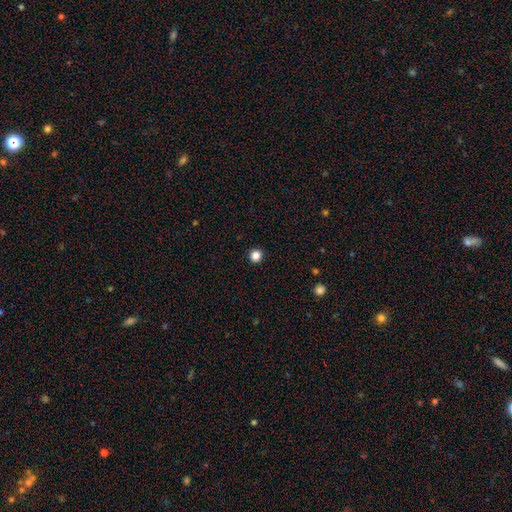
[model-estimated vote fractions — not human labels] A smooth galaxy with no disk features (85%) that is round (90%).

Vote fractions:
- Smooth or featured? smooth: 85% / star or artifact: 12% / featured or disk: 3%
- How rounded? round: 90% / in between: 9% / cigar-shaped: 1%
- Merging? none: 93% / minor disturbance: 5% / major disturbance: 2% / merger: 1%